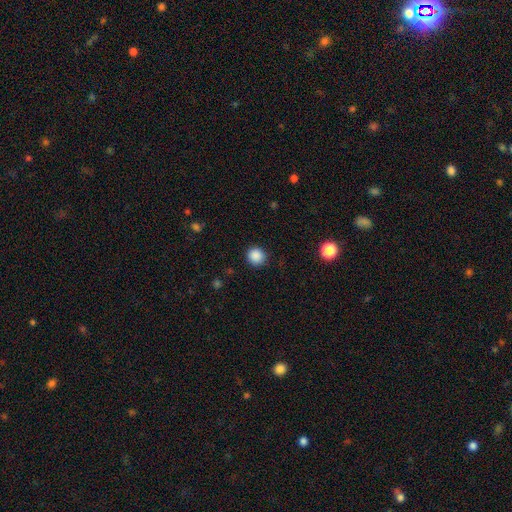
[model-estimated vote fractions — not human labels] A smooth galaxy with no disk features (87%) that is round (92%). Merging: none (89%).